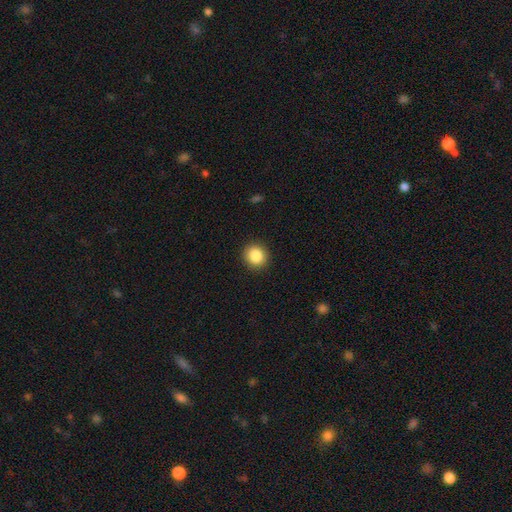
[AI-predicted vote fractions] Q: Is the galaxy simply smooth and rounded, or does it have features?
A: smooth — 86%.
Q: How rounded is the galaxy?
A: round — 87%.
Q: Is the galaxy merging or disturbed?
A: none — 91%.